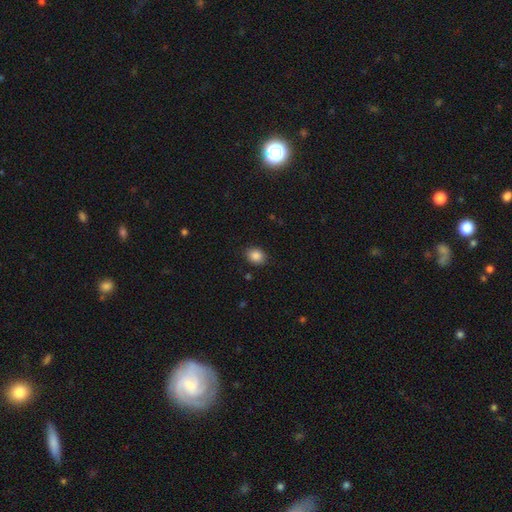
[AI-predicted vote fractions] Smooth or featured?
  - smooth: 87% *
  - star or artifact: 9%
  - featured or disk: 4%
How rounded?
  - round: 50% *
  - in between: 49%
  - cigar-shaped: 1%
Merging?
  - none: 87% *
  - minor disturbance: 10%
  - major disturbance: 2%
  - merger: 1%